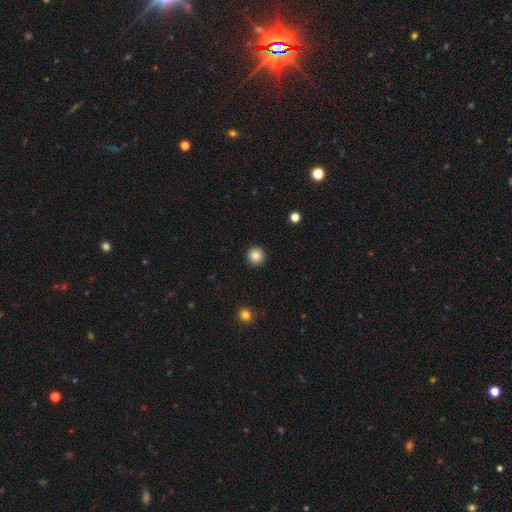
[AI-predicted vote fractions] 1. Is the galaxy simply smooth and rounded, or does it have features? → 84% smooth, 10% star or artifact, 6% featured or disk.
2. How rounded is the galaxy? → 96% round, 3% in between, 1% cigar-shaped.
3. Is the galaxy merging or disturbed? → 93% none, 5% minor disturbance, 2% major disturbance, 1% merger.